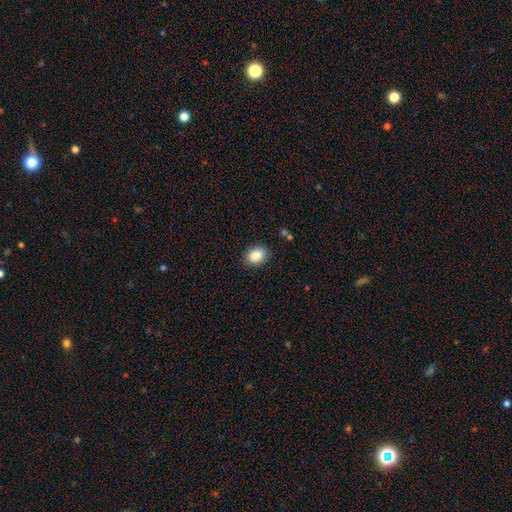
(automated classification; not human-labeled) A smooth galaxy with no disk features (85%) that is in between round and cigar-shaped (68%). Merging: none (88%).